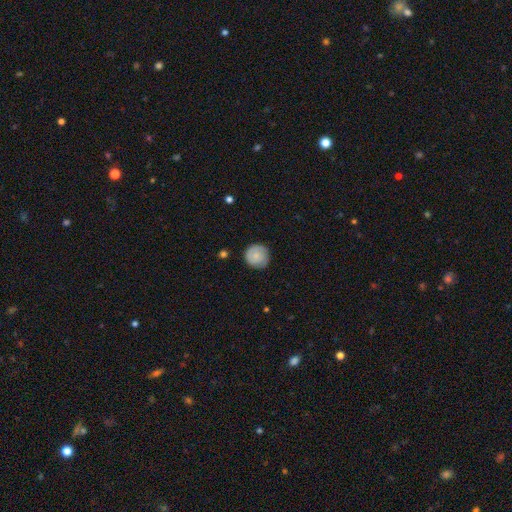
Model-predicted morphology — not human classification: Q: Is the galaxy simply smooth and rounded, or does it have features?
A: smooth — 75%.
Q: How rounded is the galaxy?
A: round — 93%.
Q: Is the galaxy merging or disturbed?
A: none — 83%.